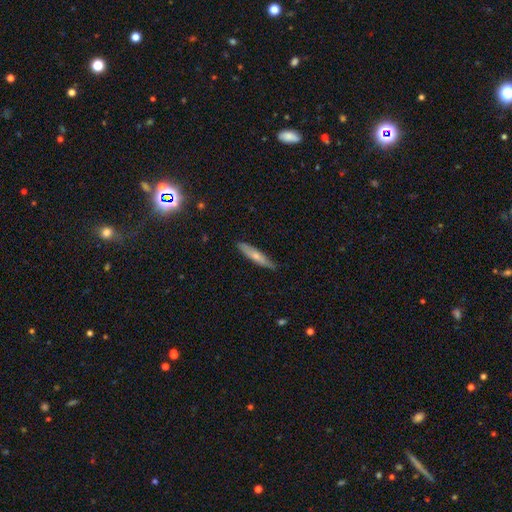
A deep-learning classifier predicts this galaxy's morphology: Smooth or featured?
  - smooth: 57% *
  - featured or disk: 37%
  - star or artifact: 6%
How rounded?
  - cigar-shaped: 86% *
  - in between: 12%
  - round: 2%
Merging?
  - none: 83% *
  - minor disturbance: 14%
  - major disturbance: 2%
  - merger: 1%